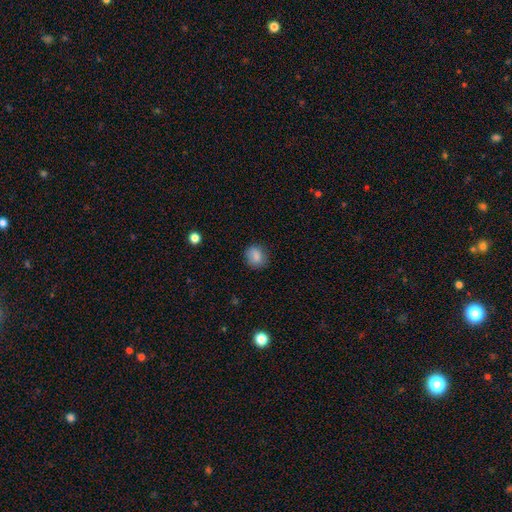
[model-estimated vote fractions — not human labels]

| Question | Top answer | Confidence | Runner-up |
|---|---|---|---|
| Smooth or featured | smooth | 84% | star or artifact (9%) |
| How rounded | round | 62% | in between (37%) |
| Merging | none | 79% | minor disturbance (16%) |